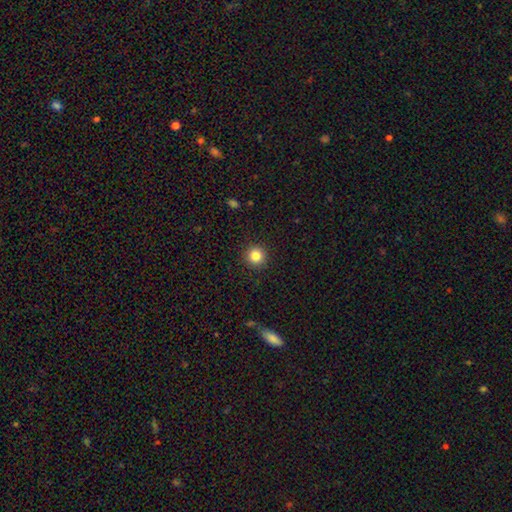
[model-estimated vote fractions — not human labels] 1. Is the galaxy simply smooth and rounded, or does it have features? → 84% smooth, 11% star or artifact, 5% featured or disk.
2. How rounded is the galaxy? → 95% round, 4% in between, 1% cigar-shaped.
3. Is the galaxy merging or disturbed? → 92% none, 5% minor disturbance, 2% major disturbance, 1% merger.